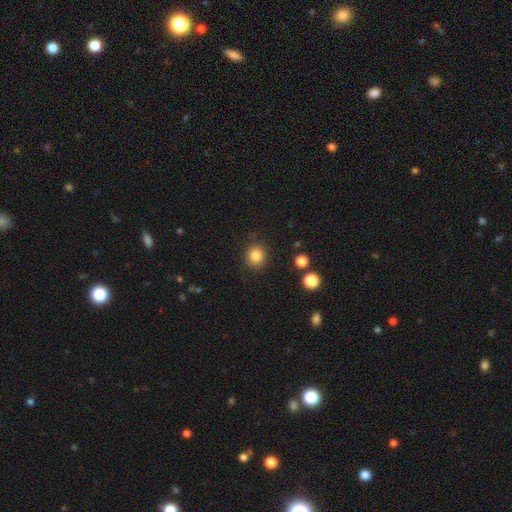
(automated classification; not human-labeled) A smooth galaxy with no disk features (85%) that is round (85%). Merging: none (88%).